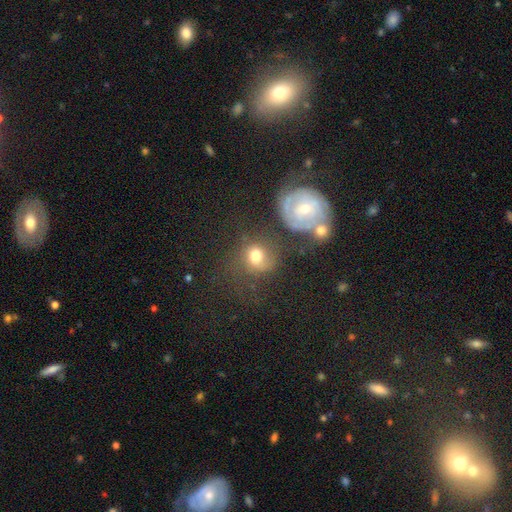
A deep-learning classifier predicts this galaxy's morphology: The model was most divided on "merging": none: 50%, minor disturbance: 17%, merger: 17%, major disturbance: 15%. More confident: how rounded — round (77%); smooth or featured — smooth (60%).